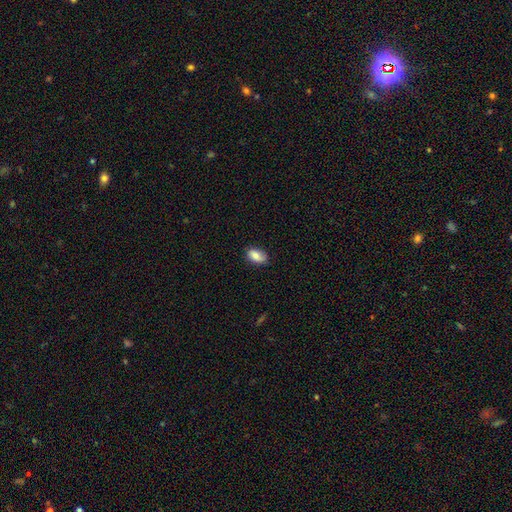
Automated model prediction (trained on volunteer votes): The model was most divided on "merging": none: 76%, minor disturbance: 19%, major disturbance: 3%, merger: 1%. More confident: how rounded — in between (91%); smooth or featured — smooth (81%).